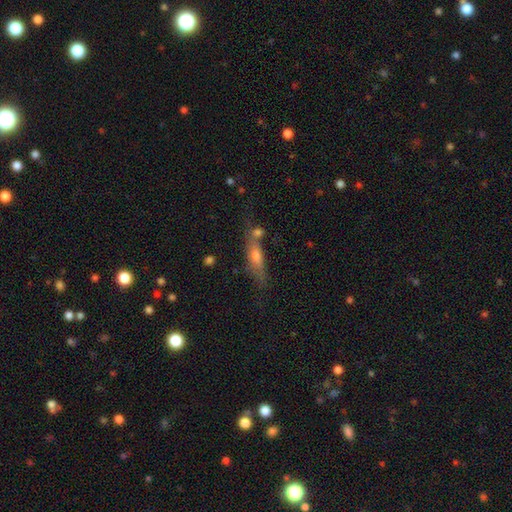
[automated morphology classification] Smooth or featured? Predicted: smooth (p=0.48). Merging? Predicted: none (p=0.48).